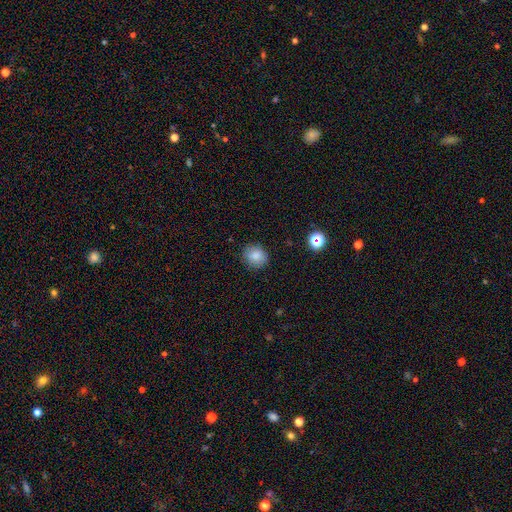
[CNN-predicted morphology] smooth_or_featured: smooth (p=0.83) [alt: star or artifact p=0.10]
how_rounded: round (p=0.76) [alt: in between p=0.24]
merging: none (p=0.87) [alt: minor disturbance p=0.10]